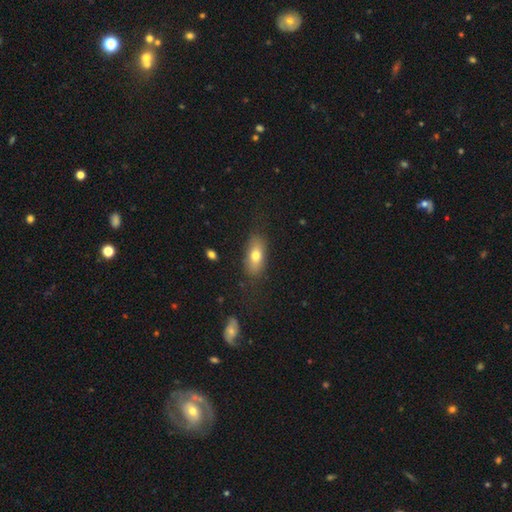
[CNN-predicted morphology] smooth 73%, featured or disk 19%, star or artifact 8%. Down the decision tree: how rounded — in between (82%); merging — none (77%).